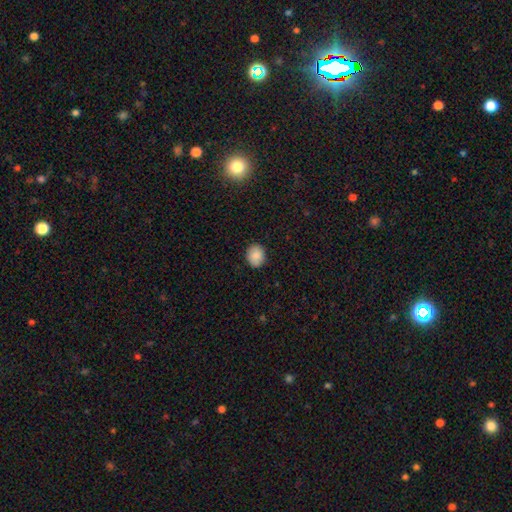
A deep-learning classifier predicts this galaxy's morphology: Q: Smooth or featured?
A: smooth (86%); runner-up: star or artifact (8%)
Q: How rounded?
A: round (58%); runner-up: in between (42%)
Q: Merging?
A: none (87%); runner-up: minor disturbance (10%)